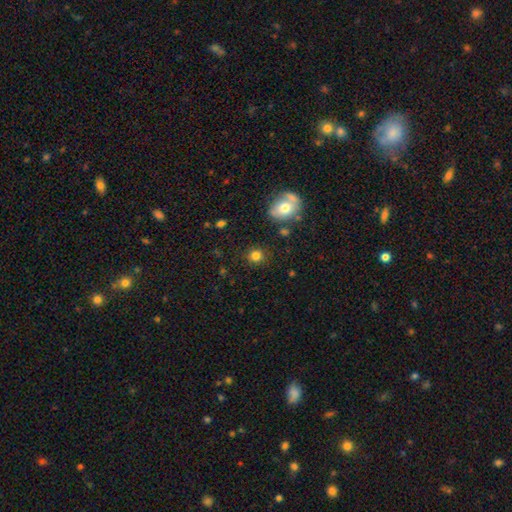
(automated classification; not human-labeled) Smooth or featured?
  - smooth: 82% *
  - star or artifact: 12%
  - featured or disk: 6%
How rounded?
  - round: 85% *
  - in between: 13%
  - cigar-shaped: 1%
Merging?
  - none: 86% *
  - minor disturbance: 8%
  - merger: 3%
  - major disturbance: 3%